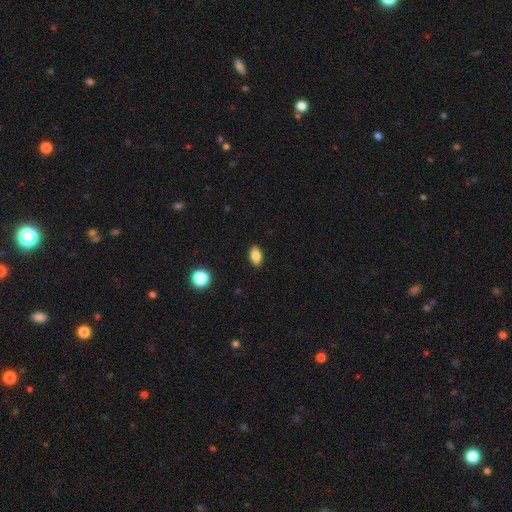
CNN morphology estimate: Overall: smooth (82%). How rounded: in between (88%). Merging: none (89%).